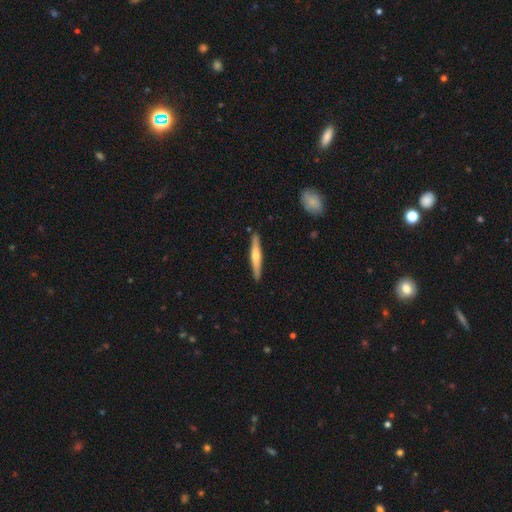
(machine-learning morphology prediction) This appears to be a featured or disk galaxy (54%) viewed edge-on (96%) with a rounded central bulge (82%). Merging: none (90%).